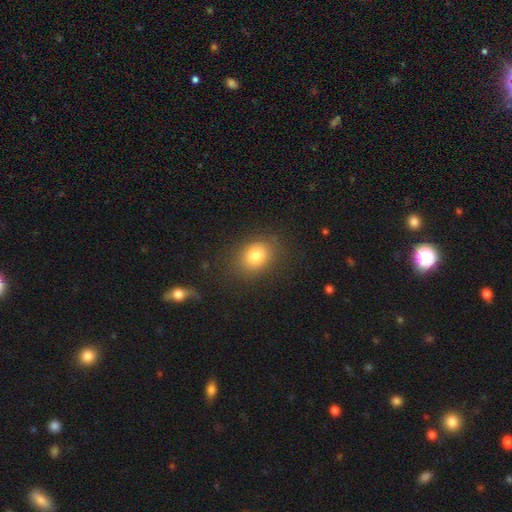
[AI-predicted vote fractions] This appears to be a smooth galaxy with no disk features (81%) that is in between round and cigar-shaped (54%). Merging: none (82%).